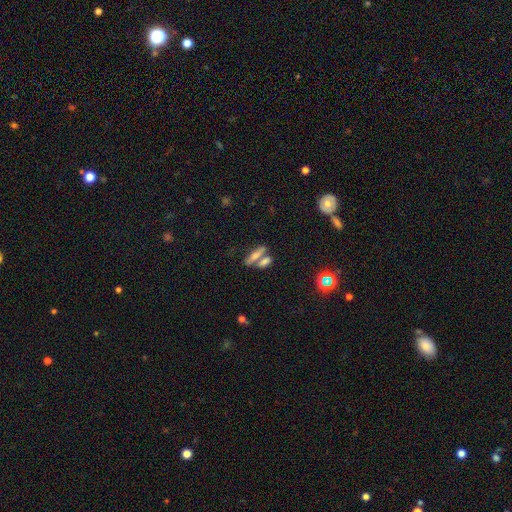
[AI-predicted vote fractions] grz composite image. It shows a smooth galaxy with no disk features (49%). Merging: none (46%).